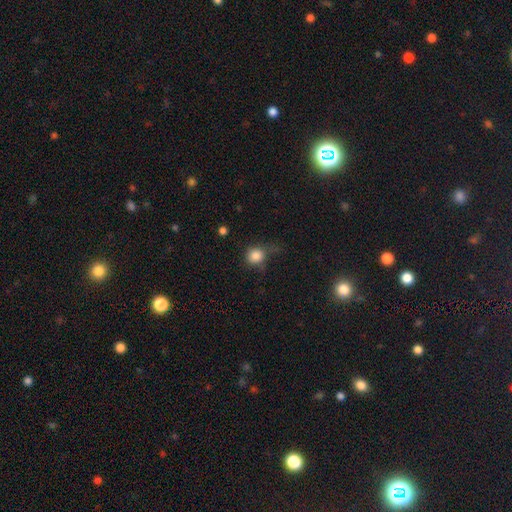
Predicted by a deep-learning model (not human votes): A smooth galaxy with no disk features (83%) that is round (85%). Merging: none (52%).